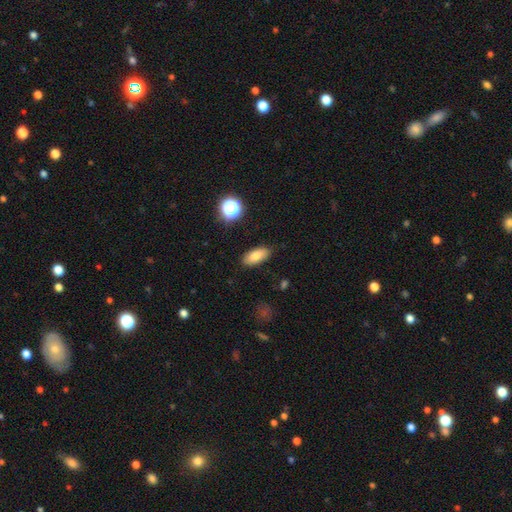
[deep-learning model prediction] Smooth or featured? Predicted: smooth (p=0.80). How rounded? Predicted: in between (p=0.87). Merging? Predicted: none (p=0.85).